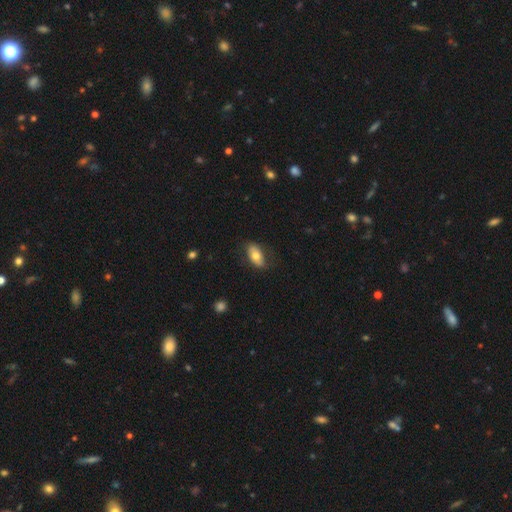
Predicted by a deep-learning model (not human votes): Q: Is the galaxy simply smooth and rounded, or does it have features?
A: smooth — 69%.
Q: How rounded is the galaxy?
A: in between — 91%.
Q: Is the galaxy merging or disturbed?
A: none — 75%.